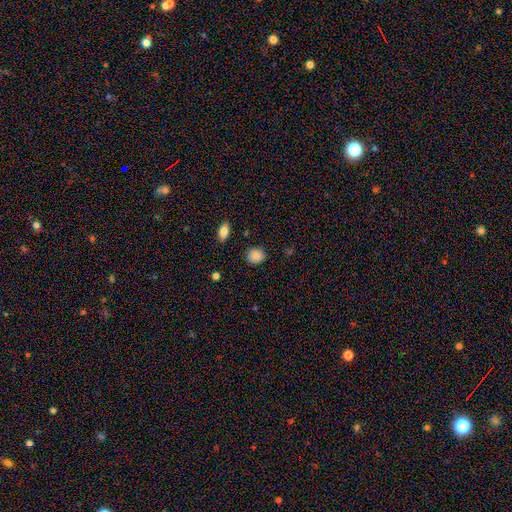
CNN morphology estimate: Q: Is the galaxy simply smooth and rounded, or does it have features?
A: smooth — 88%.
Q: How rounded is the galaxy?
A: round — 77%.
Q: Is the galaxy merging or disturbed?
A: none — 88%.